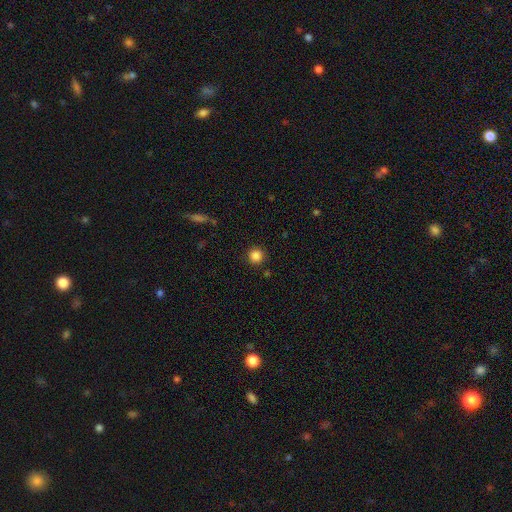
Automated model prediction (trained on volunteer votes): Smooth or featured? Predicted: smooth (p=0.85). How rounded? Predicted: round (p=0.95). Merging? Predicted: none (p=0.90).